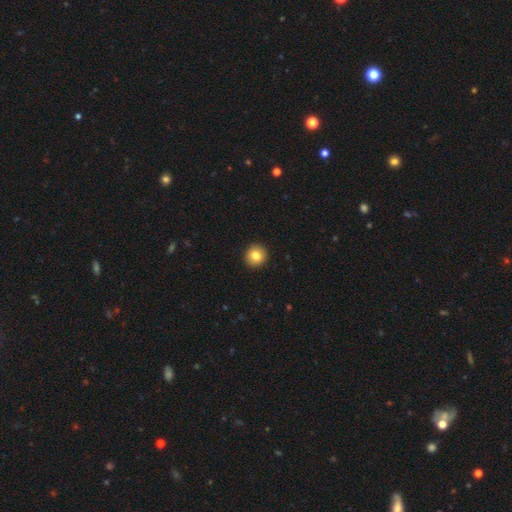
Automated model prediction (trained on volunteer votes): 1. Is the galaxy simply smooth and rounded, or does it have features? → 83% smooth, 9% star or artifact, 8% featured or disk.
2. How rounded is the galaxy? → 94% round, 5% in between, 1% cigar-shaped.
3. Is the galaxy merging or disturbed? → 93% none, 4% minor disturbance, 1% major disturbance, 1% merger.